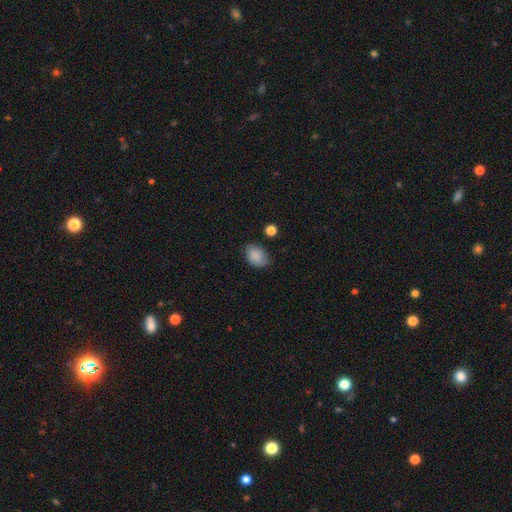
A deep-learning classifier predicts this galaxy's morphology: Smooth or featured? Predicted: smooth (p=0.86). How rounded? Predicted: in between (p=0.82). Merging? Predicted: none (p=0.73).